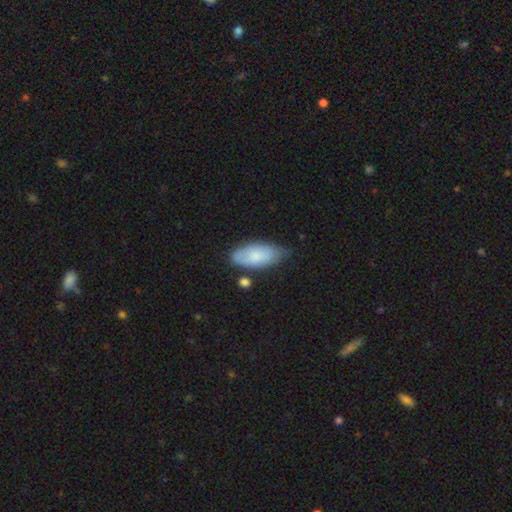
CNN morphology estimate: Smooth or featured: smooth — 75% (featured or disk — 19%)
How rounded: in between — 89% (cigar-shaped — 9%)
Merging: none — 60% (minor disturbance — 29%)